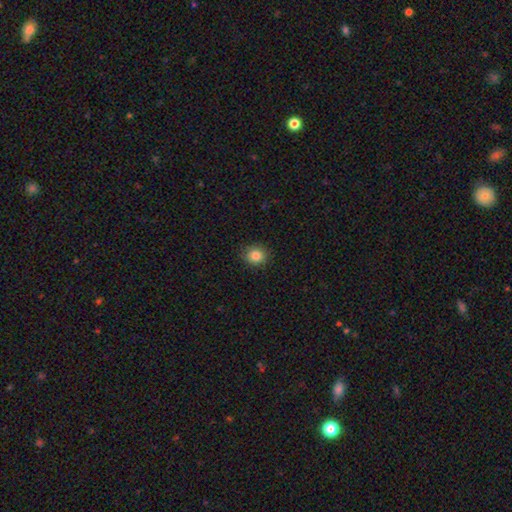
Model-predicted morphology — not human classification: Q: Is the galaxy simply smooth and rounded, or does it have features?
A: smooth — 84%.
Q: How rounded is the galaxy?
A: round — 78%.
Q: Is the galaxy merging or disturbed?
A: none — 89%.